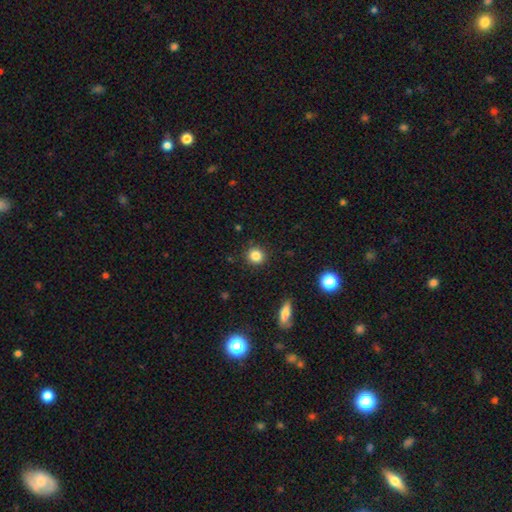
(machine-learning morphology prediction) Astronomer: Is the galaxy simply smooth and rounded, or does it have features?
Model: smooth — 84%.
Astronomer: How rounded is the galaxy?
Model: round — 88%.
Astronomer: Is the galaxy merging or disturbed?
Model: none — 90%.